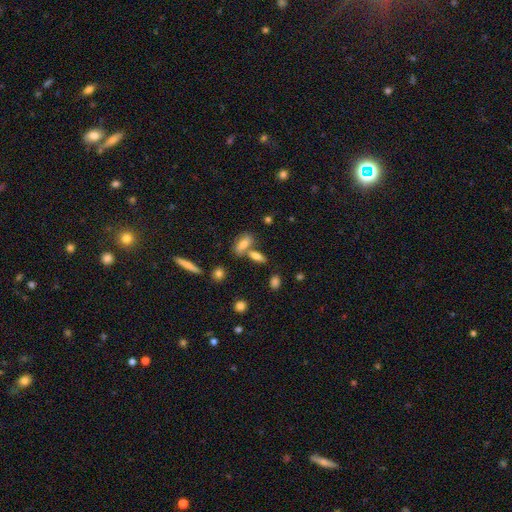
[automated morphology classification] A smooth galaxy with no disk features (72%) that is in between round and cigar-shaped (64%).

Vote fractions:
- Smooth or featured? smooth: 72% / featured or disk: 17% / star or artifact: 11%
- How rounded? in between: 64% / cigar-shaped: 31% / round: 5%
- Merging? none: 53% / merger: 32% / minor disturbance: 11% / major disturbance: 4%